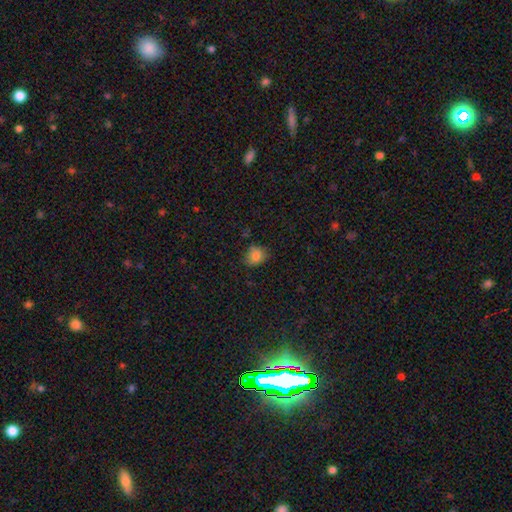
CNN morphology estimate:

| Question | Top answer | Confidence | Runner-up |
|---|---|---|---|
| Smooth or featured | smooth | 83% | star or artifact (11%) |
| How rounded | round | 64% | in between (35%) |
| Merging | none | 74% | minor disturbance (20%) |